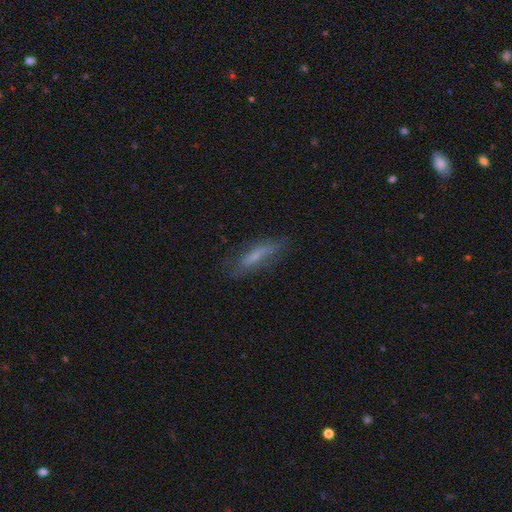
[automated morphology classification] smooth_or_featured: smooth (p=0.54) [alt: featured or disk p=0.37]
how_rounded: cigar-shaped (p=0.68) [alt: in between p=0.30]
merging: none (p=0.69) [alt: minor disturbance p=0.21]